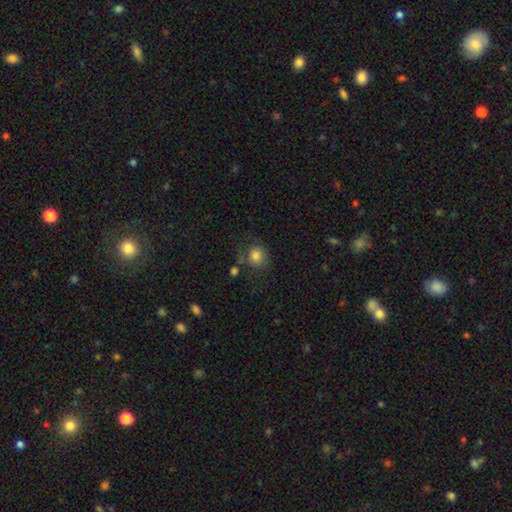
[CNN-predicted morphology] This is likely a smooth galaxy (79%). How rounded: likely round (78%). Merging: likely none (61%).